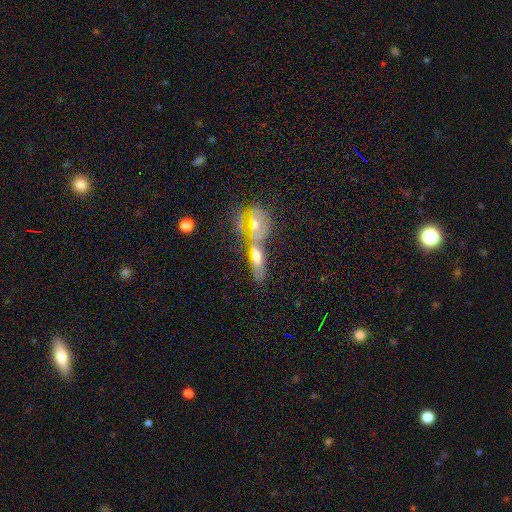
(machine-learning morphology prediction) Overall: featured or disk (50%; smooth 38%). Merging: merger (51%; none 33%).